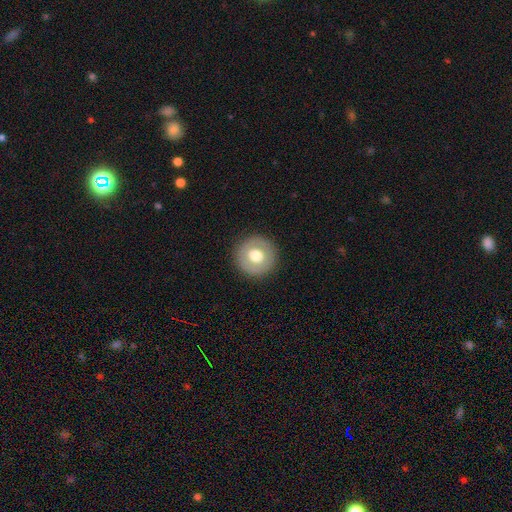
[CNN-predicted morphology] smooth 65%, featured or disk 27%, star or artifact 8%. Down the decision tree: how rounded — round (96%); merging — none (91%).